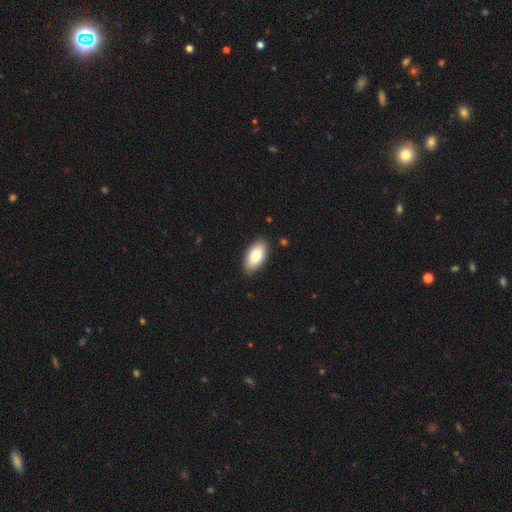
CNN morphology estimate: Smooth or featured?
  - smooth: 83% *
  - featured or disk: 11%
  - star or artifact: 6%
How rounded?
  - in between: 94% *
  - cigar-shaped: 3%
  - round: 2%
Merging?
  - none: 88% *
  - minor disturbance: 9%
  - major disturbance: 2%
  - merger: 1%